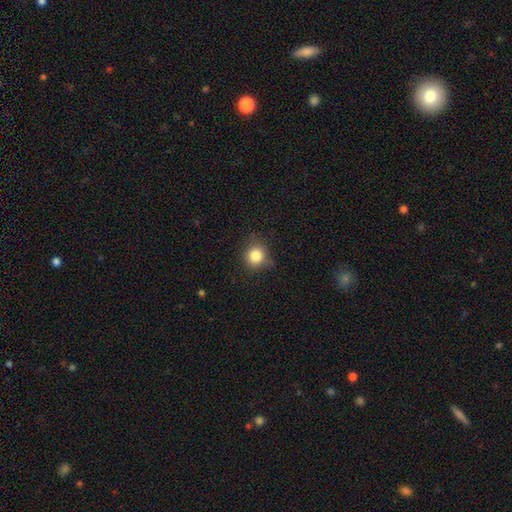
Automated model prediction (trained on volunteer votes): This appears to be a smooth galaxy with no disk features (83%) that is round (89%). Merging: none (75%).